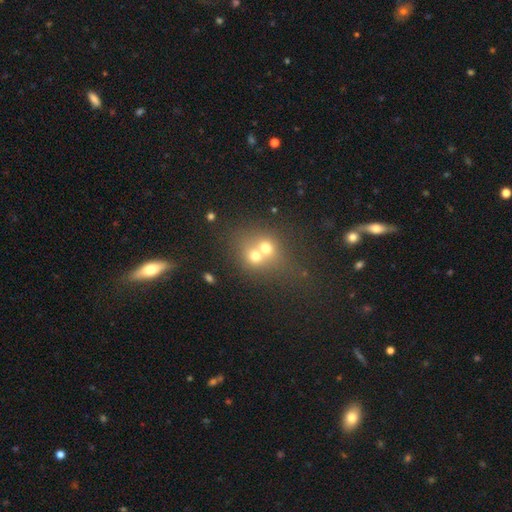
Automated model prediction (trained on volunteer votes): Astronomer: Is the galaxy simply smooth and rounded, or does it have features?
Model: smooth — 63%.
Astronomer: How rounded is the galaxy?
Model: round — 71%.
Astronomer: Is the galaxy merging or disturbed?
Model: merger — 66%.